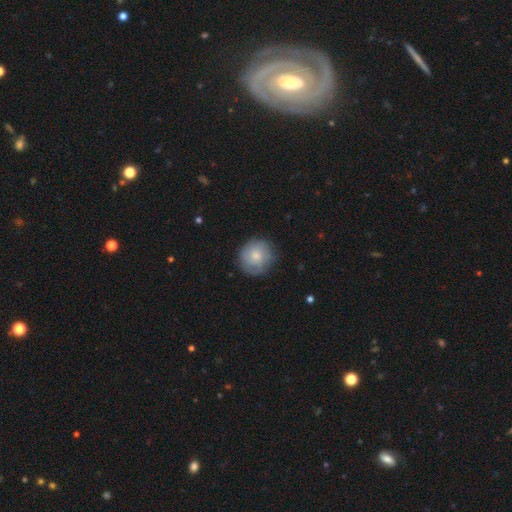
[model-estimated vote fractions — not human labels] The model was most divided on "smooth or featured": smooth: 66%, featured or disk: 28%, star or artifact: 7%. More confident: how rounded — round (91%); merging — none (79%).